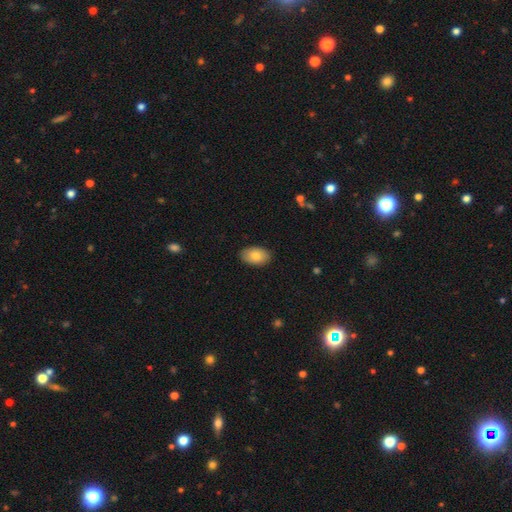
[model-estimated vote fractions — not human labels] Smooth or featured?
  - smooth: 82% *
  - featured or disk: 12%
  - star or artifact: 6%
How rounded?
  - in between: 92% *
  - round: 7%
  - cigar-shaped: 1%
Merging?
  - none: 87% *
  - minor disturbance: 10%
  - major disturbance: 2%
  - merger: 1%